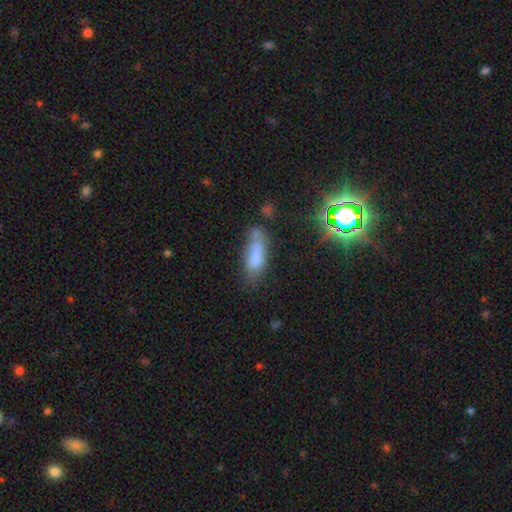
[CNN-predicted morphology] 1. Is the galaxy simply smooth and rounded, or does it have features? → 70% smooth, 16% featured or disk, 14% star or artifact.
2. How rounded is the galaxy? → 61% in between, 36% cigar-shaped, 3% round.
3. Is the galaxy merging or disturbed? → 49% none, 27% minor disturbance, 12% major disturbance, 11% merger.